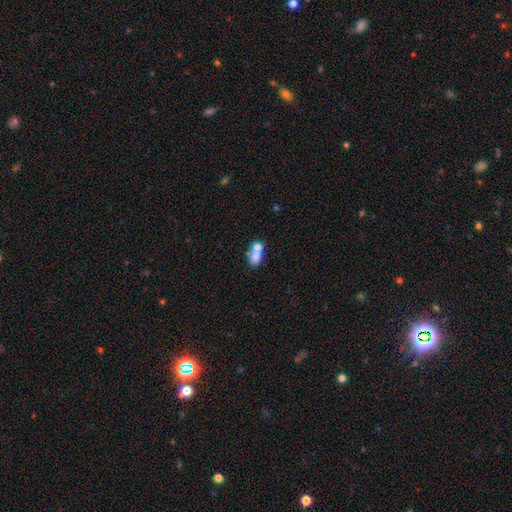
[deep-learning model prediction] smooth_or_featured: smooth (p=0.71) [alt: featured or disk p=0.18]
how_rounded: in between (p=0.72) [alt: round p=0.22]
merging: merger (p=0.56) [alt: none p=0.28]